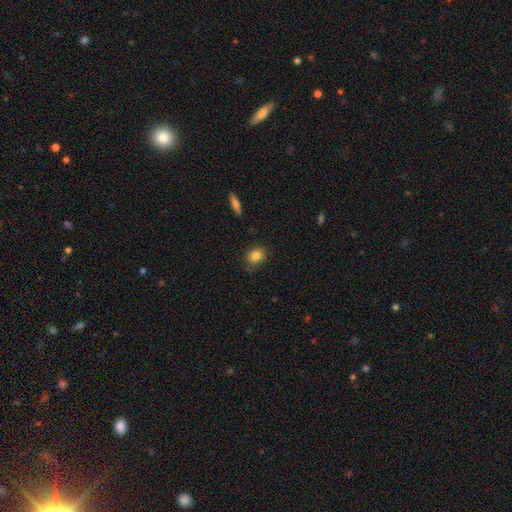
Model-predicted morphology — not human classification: A smooth galaxy with no disk features (84%) that is round (52%). Merging: none (79%).